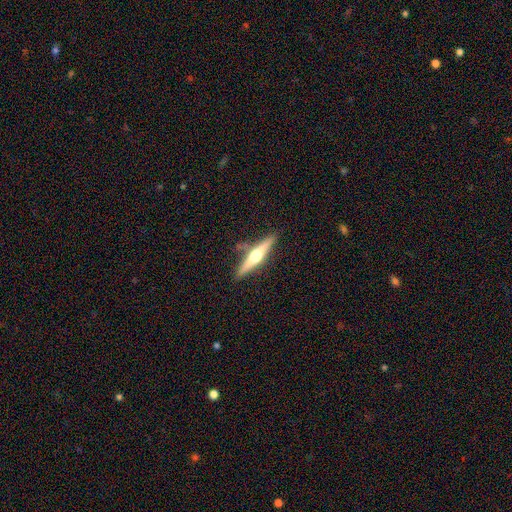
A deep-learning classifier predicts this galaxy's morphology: A featured or disk galaxy (67%) viewed edge-on (97%) with a rounded central bulge (94%).

Vote fractions:
- Smooth or featured? featured or disk: 67% / smooth: 28% / star or artifact: 5%
- Edge-on disk? yes: 97% / no: 3%
- Edge-on bulge? rounded: 94% / boxy: 3% / none: 3%
- Merging? none: 84% / minor disturbance: 10% / merger: 4% / major disturbance: 2%